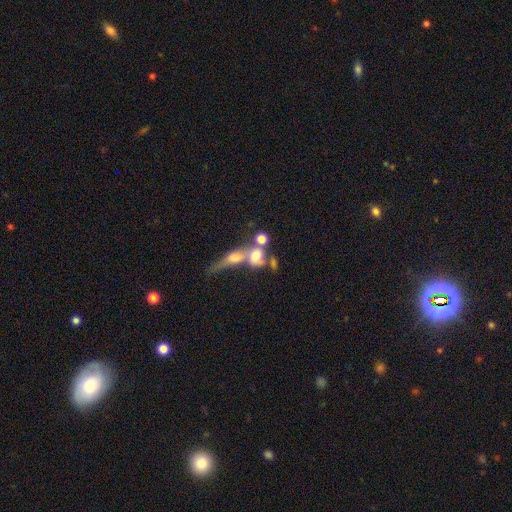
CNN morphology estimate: Overall: smooth (60%; featured or disk 27%). How rounded: round (54%; in between 37%). Merging: merger (61%).